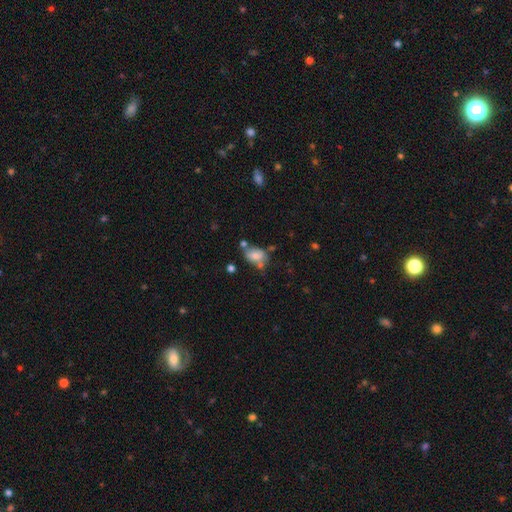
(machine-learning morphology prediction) This appears to be a smooth galaxy with no disk features (69%) that is in between round and cigar-shaped (80%). Merging: none (43%).